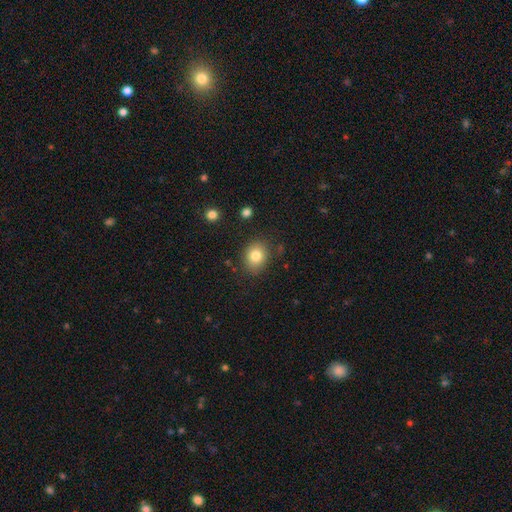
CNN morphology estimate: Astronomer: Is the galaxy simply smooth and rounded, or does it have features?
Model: smooth — 81%.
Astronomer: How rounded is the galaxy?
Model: round — 55% (runner-up: in between, 44%).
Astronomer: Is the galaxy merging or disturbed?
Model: none — 82%.